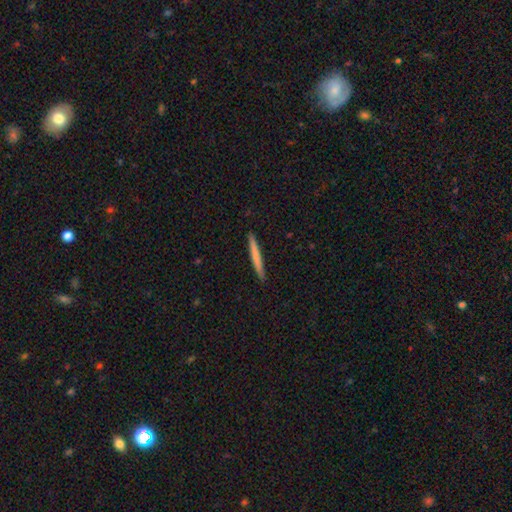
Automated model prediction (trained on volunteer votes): The model was most divided on "smooth or featured": smooth: 67%, featured or disk: 28%, star or artifact: 5%. More confident: how rounded — cigar-shaped (97%); merging — none (92%).